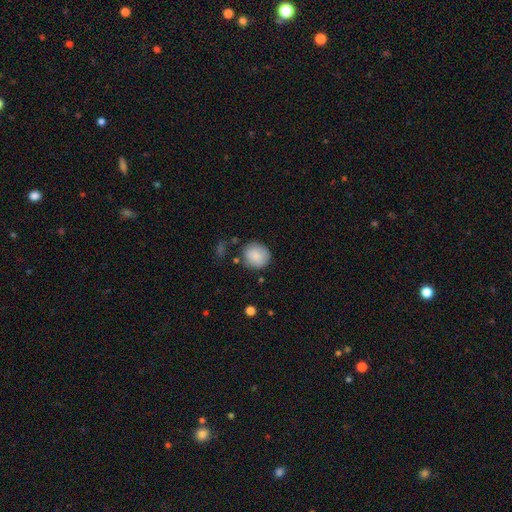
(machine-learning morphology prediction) The model was most divided on "merging": none: 77%, minor disturbance: 16%, major disturbance: 4%, merger: 4%. More confident: how rounded — round (87%); smooth or featured — smooth (86%).